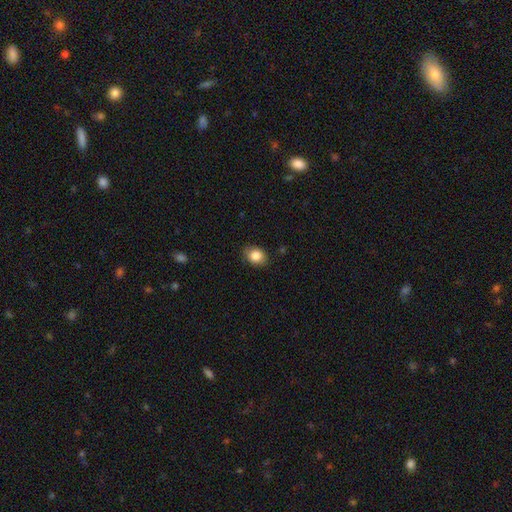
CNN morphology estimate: Q: Smooth or featured?
A: smooth (85%); runner-up: star or artifact (9%)
Q: How rounded?
A: in between (57%); runner-up: round (42%)
Q: Merging?
A: none (83%); runner-up: minor disturbance (13%)